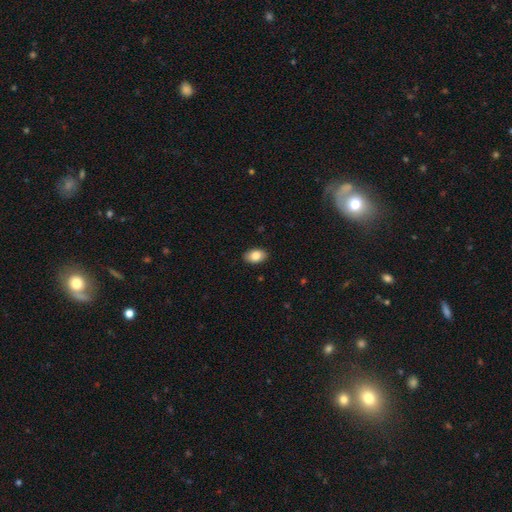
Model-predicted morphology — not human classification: Smooth or featured: smooth — 85% (featured or disk — 8%)
How rounded: in between — 88% (round — 11%)
Merging: none — 89% (minor disturbance — 8%)